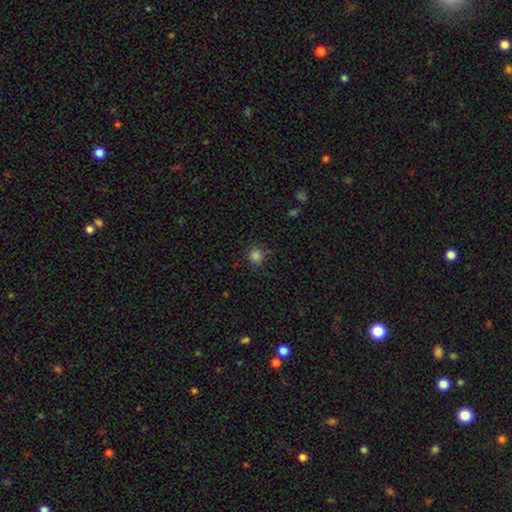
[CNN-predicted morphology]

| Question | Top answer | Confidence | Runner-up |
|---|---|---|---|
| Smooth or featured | smooth | 83% | star or artifact (14%) |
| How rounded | round | 91% | in between (8%) |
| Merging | none | 85% | minor disturbance (10%) |